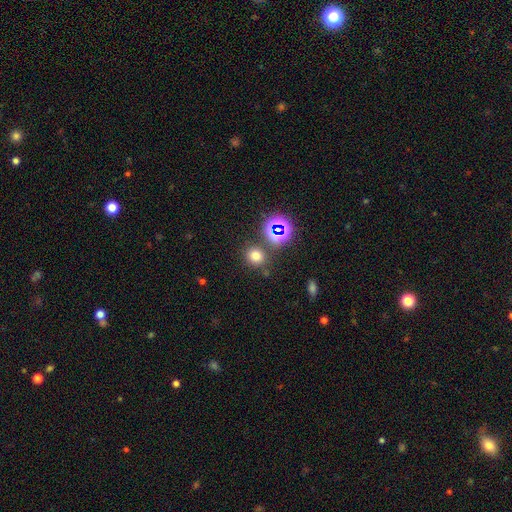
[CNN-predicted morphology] This is likely a smooth galaxy (70%). How rounded: clearly round (81%). Merging: likely none (80%).